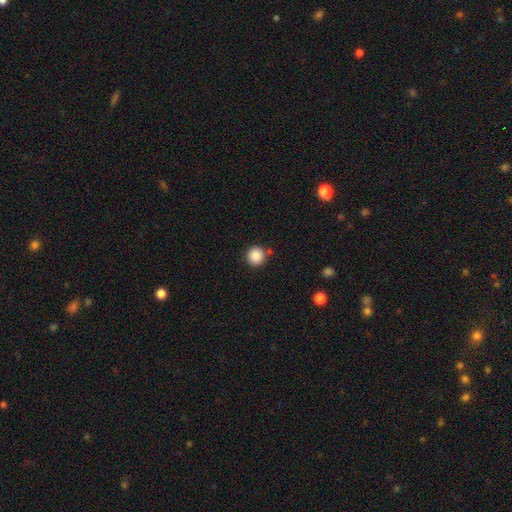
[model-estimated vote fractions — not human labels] A smooth galaxy with no disk features (88%) that is round (95%). Merging: none (85%).